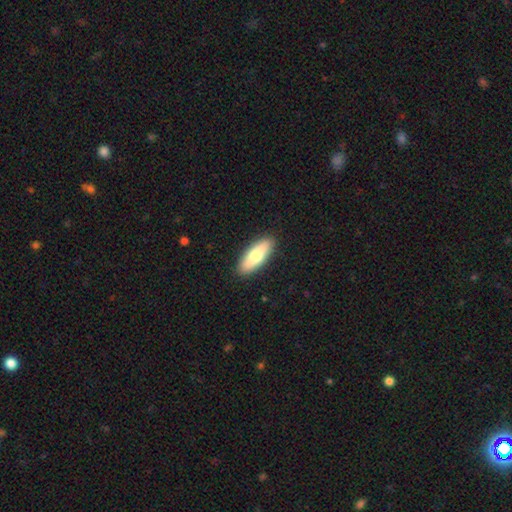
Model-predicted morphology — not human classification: Smooth or featured? smooth (76%)
How rounded? in between (60%)
Merging? none (90%)